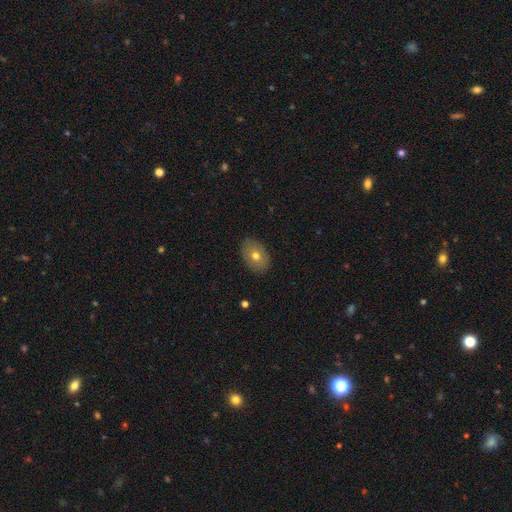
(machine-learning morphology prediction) type=smooth (68%); roundness=in between (80%); merging=none (86%).